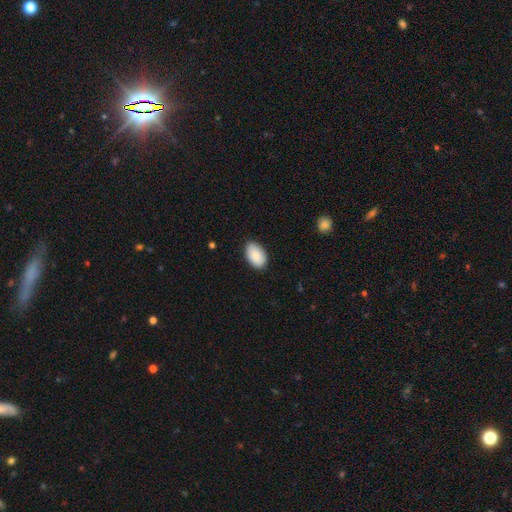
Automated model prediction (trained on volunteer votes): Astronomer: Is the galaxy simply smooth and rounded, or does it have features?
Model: smooth — 88%.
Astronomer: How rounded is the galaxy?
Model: in between — 93%.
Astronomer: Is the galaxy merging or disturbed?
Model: none — 84%.